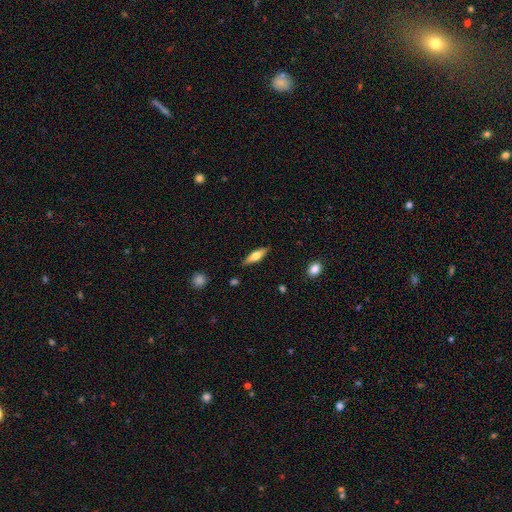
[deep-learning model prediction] smooth-or-featured: smooth: 53% | featured or disk: 41% | star or artifact: 6%
  how-rounded: cigar-shaped: 57% | in between: 40% | round: 2%
  merging: none: 86% | minor disturbance: 10% | major disturbance: 2% | merger: 1%